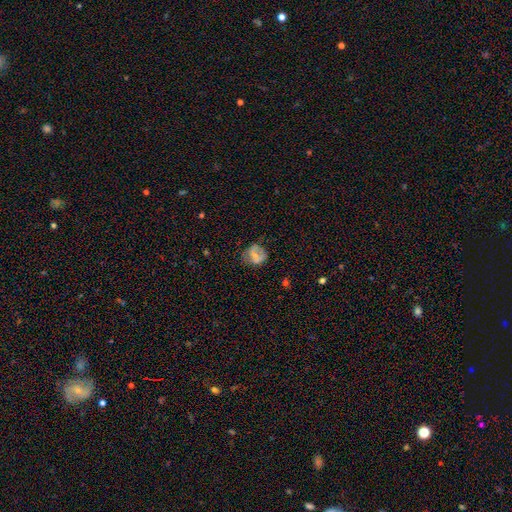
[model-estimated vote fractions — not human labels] The model was most divided on "smooth or featured": smooth: 57%, featured or disk: 31%, star or artifact: 12%. More confident: how rounded — round (72%); merging — none (57%).